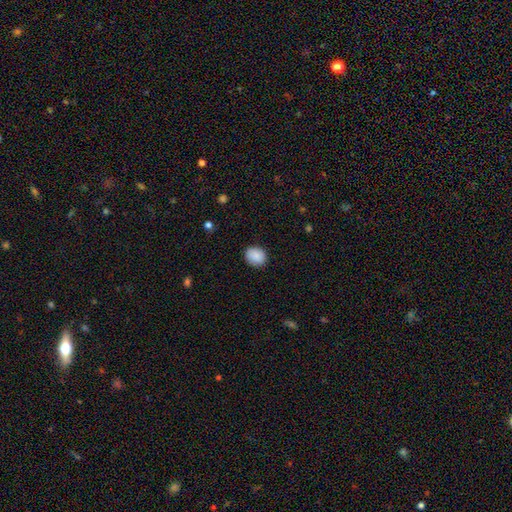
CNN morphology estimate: The model was most divided on "how rounded": round: 63%, in between: 36%, cigar-shaped: 1%. More confident: smooth or featured — smooth (89%); merging — none (88%).